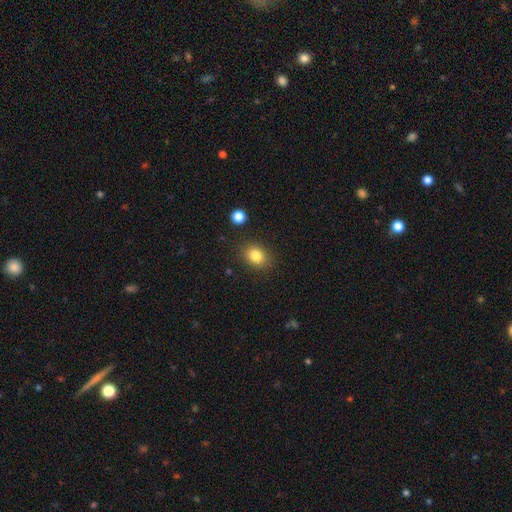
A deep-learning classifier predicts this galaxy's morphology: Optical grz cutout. It shows a smooth galaxy with no disk features (83%) that is in between round and cigar-shaped (50%, tied with round). Merging: none (85%).